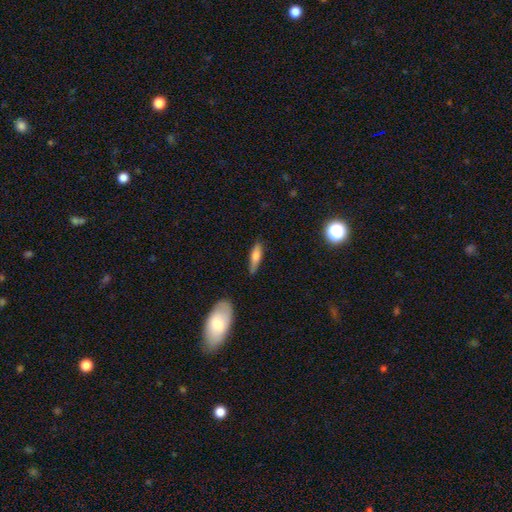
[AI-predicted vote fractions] Smooth or featured? Predicted: smooth (p=0.67). How rounded? Predicted: cigar-shaped (p=0.66). Merging? Predicted: none (p=0.74).